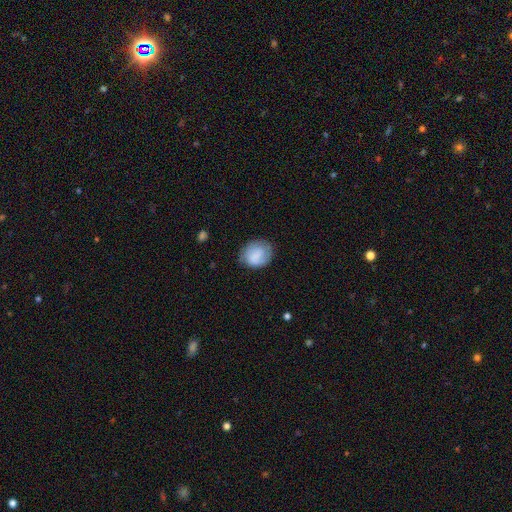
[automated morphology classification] A smooth galaxy with no disk features (78%) that is round (56%).

Vote fractions:
- Smooth or featured? smooth: 78% / featured or disk: 15% / star or artifact: 7%
- How rounded? round: 56% / in between: 43% / cigar-shaped: 1%
- Merging? none: 69% / minor disturbance: 23% / major disturbance: 7% / merger: 1%